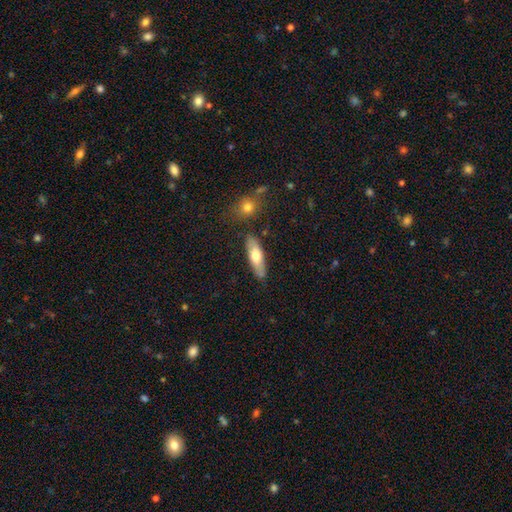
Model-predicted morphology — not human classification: Q: Smooth or featured?
A: smooth (65%); runner-up: featured or disk (29%)
Q: How rounded?
A: in between (51%); runner-up: cigar-shaped (46%)
Q: Merging?
A: none (81%); runner-up: minor disturbance (13%)